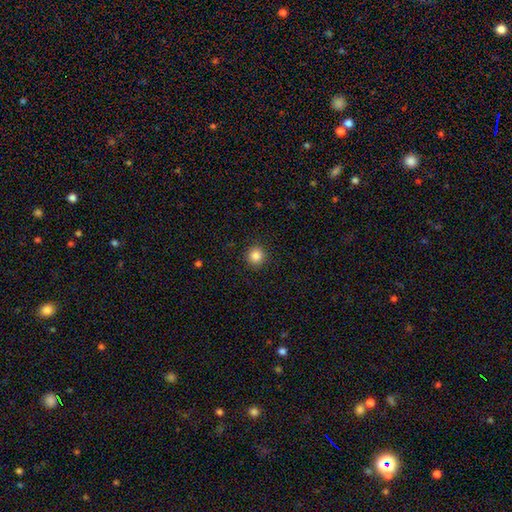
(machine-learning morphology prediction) A smooth galaxy with no disk features (85%) that is round (95%).

Vote fractions:
- Smooth or featured? smooth: 85% / star or artifact: 11% / featured or disk: 4%
- How rounded? round: 95% / in between: 4% / cigar-shaped: 1%
- Merging? none: 92% / minor disturbance: 5% / major disturbance: 2% / merger: 1%